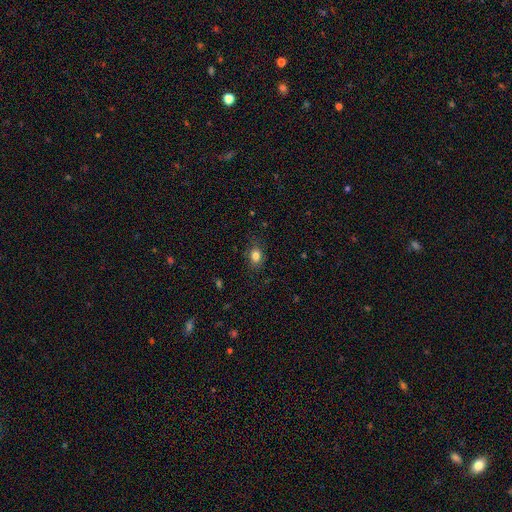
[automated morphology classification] This appears to be a smooth galaxy with no disk features (81%) that is in between round and cigar-shaped (61%). Merging: none (80%).